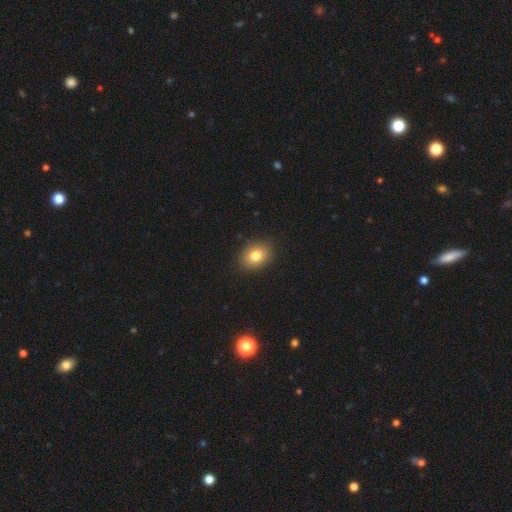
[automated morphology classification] smooth_or_featured: smooth (p=0.81) [alt: star or artifact p=0.10]
how_rounded: in between (p=0.58) [alt: round p=0.41]
merging: none (p=0.89) [alt: minor disturbance p=0.08]